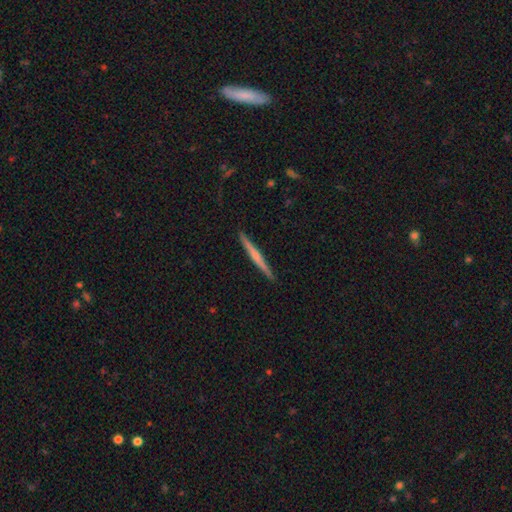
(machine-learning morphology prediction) Smooth or featured: featured or disk — 62% (smooth — 33%)
Edge-on disk: yes — 98% (no — 2%)
Edge-on bulge: rounded — 55% (none — 37%)
Merging: none — 92% (minor disturbance — 6%)